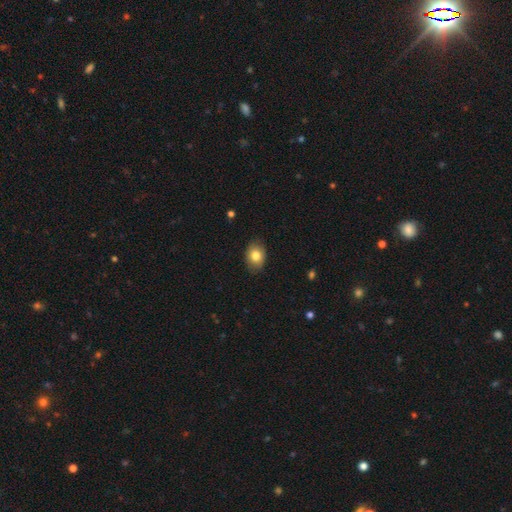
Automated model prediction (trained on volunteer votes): A smooth galaxy with no disk features (82%) that is in between round and cigar-shaped (72%).

Vote fractions:
- Smooth or featured? smooth: 82% / featured or disk: 10% / star or artifact: 8%
- How rounded? in between: 72% / round: 27% / cigar-shaped: 1%
- Merging? none: 85% / minor disturbance: 12% / major disturbance: 2% / merger: 1%